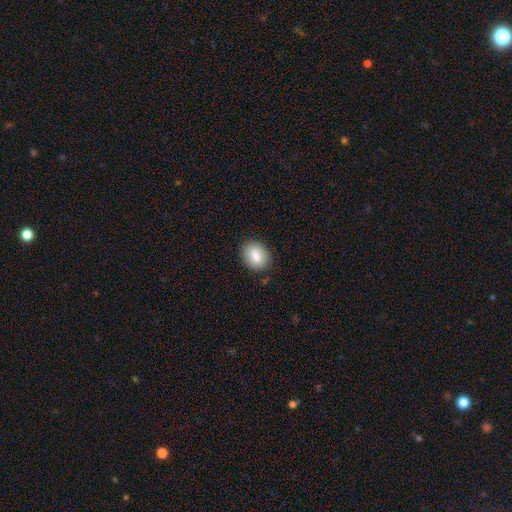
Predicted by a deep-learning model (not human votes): Smooth or featured?
  - smooth: 84% *
  - featured or disk: 9%
  - star or artifact: 7%
How rounded?
  - in between: 58% *
  - round: 41%
  - cigar-shaped: 1%
Merging?
  - none: 85% *
  - minor disturbance: 11%
  - major disturbance: 3%
  - merger: 1%